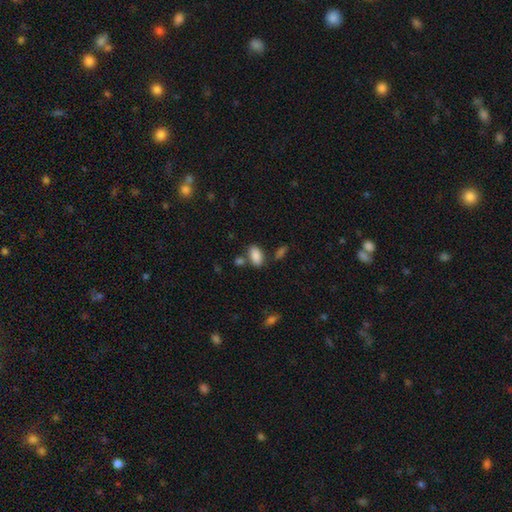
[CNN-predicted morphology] Smooth or featured? Predicted: smooth (p=0.86). How rounded? Predicted: in between (p=0.92). Merging? Predicted: none (p=0.70).